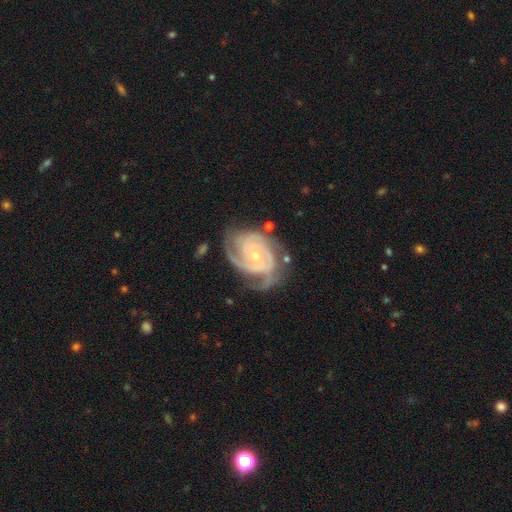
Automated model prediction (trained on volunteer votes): featured or disk 92%, star or artifact 4%, smooth 4%. Down the decision tree: edge-on disk — no (98%); bar — no (65%); spiral arms — yes (98%); spiral arm count — 3 (48%); spiral winding — tight (71%); bulge size — small (64%); merging — none (63%).